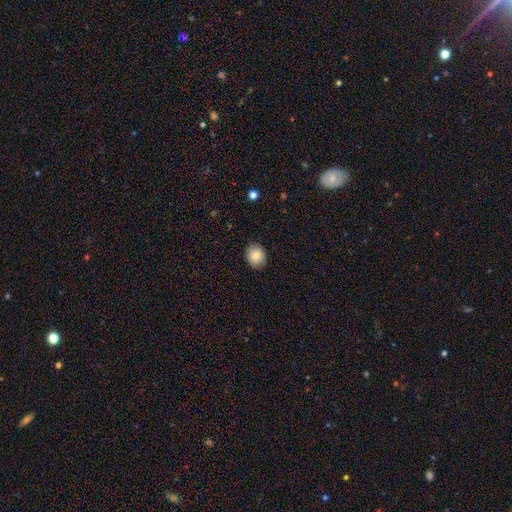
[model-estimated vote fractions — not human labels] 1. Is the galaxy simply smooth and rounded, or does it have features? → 83% smooth, 9% featured or disk, 8% star or artifact.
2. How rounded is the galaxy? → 63% round, 36% in between, 1% cigar-shaped.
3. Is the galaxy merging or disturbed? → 86% none, 11% minor disturbance, 2% major disturbance, 1% merger.